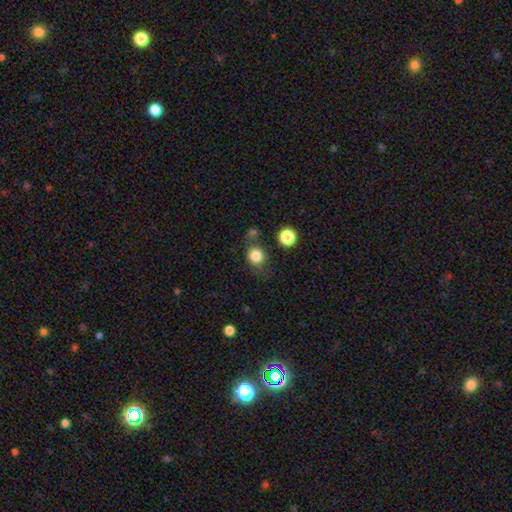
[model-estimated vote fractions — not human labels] smooth_or_featured: smooth (p=0.82) [alt: star or artifact p=0.11]
how_rounded: round (p=0.78) [alt: in between p=0.21]
merging: none (p=0.62) [alt: minor disturbance p=0.18]